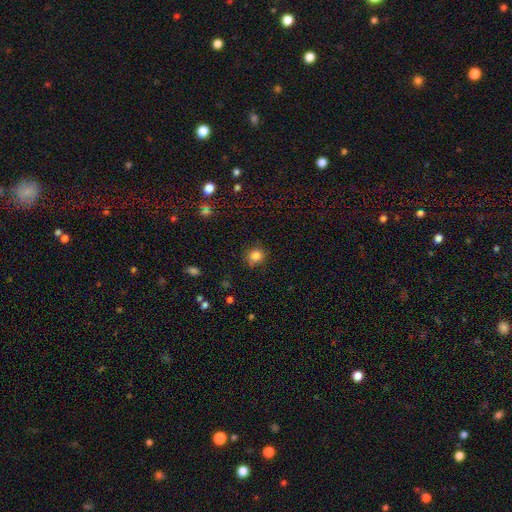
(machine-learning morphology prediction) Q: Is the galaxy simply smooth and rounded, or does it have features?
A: smooth — 84%.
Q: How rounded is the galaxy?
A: round — 85%.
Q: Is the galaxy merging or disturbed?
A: none — 82%.